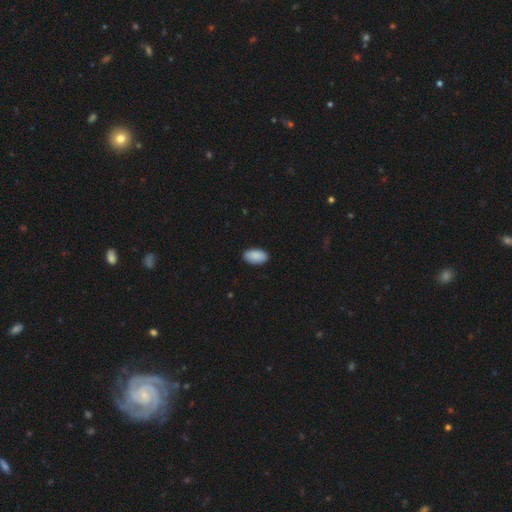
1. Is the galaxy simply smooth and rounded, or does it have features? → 97% smooth, 3% star or artifact, 0% featured or disk.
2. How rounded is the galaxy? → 97% in between, 3% round, 0% cigar-shaped.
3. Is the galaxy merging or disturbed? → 89% none, 11% minor disturbance, 0% major disturbance, 0% merger.